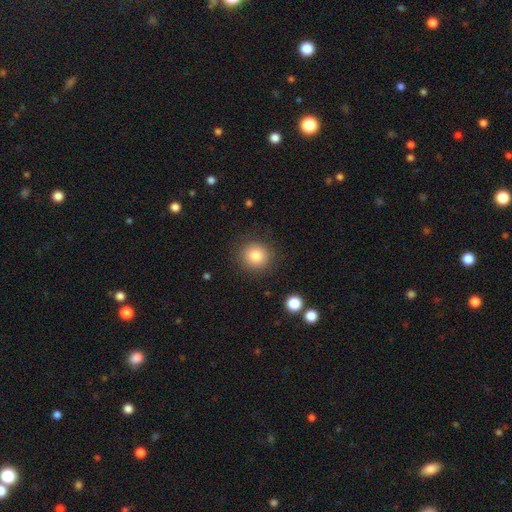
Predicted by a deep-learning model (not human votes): smooth_or_featured: smooth (p=0.83) [alt: star or artifact p=0.10]
how_rounded: round (p=0.91) [alt: in between p=0.08]
merging: none (p=0.87) [alt: minor disturbance p=0.08]